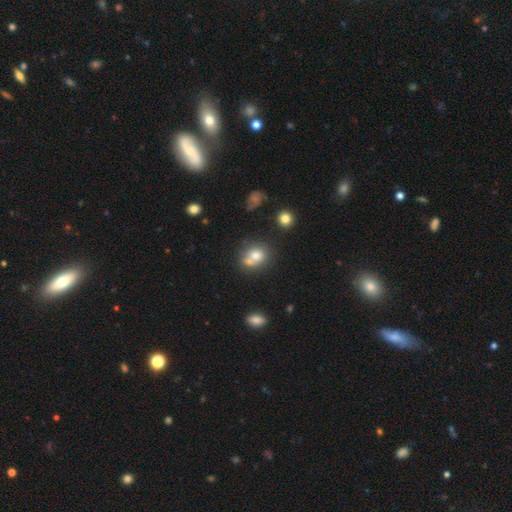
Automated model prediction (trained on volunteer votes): Smooth or featured? smooth (70%)
How rounded? round (70%)
Merging? merger (46%)